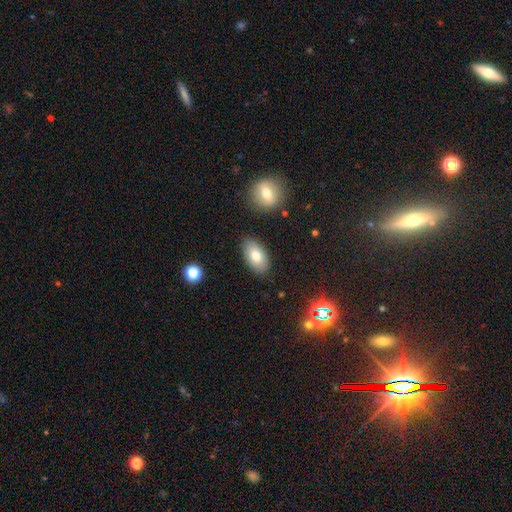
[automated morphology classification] The model was most divided on "smooth or featured": smooth: 78%, featured or disk: 15%, star or artifact: 8%. More confident: how rounded — in between (93%); merging — none (85%).